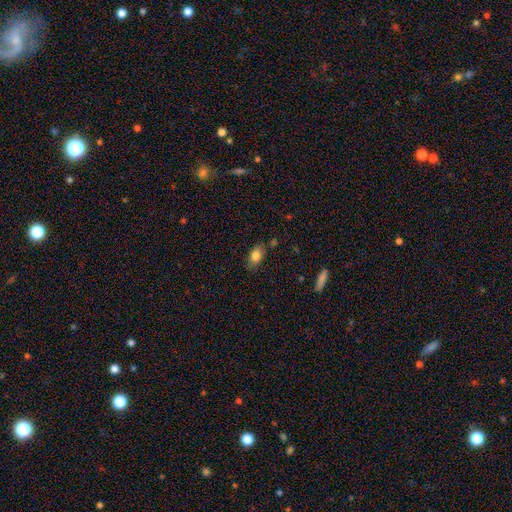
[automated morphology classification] type=smooth (81%); roundness=in between (85%); merging=none (77%).